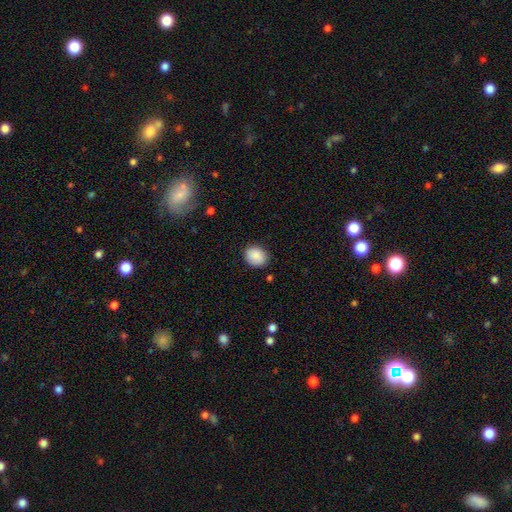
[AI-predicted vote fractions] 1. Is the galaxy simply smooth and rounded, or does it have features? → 88% smooth, 8% star or artifact, 4% featured or disk.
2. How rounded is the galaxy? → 52% round, 47% in between, 1% cigar-shaped.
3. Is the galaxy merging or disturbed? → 84% none, 12% minor disturbance, 2% major disturbance, 1% merger.